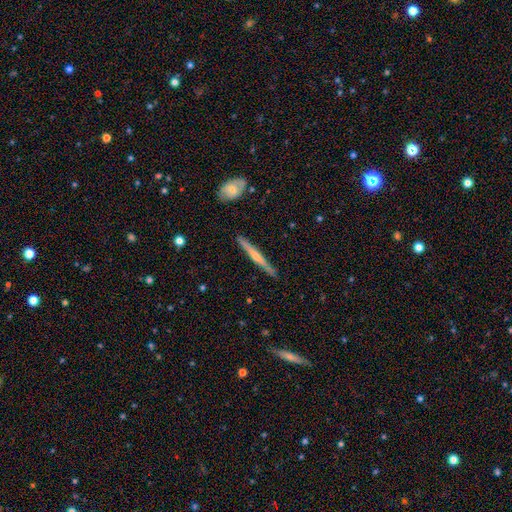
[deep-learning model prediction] A featured or disk galaxy (67%) viewed edge-on (97%) with a rounded central bulge (67%).

Vote fractions:
- Smooth or featured? featured or disk: 67% / smooth: 27% / star or artifact: 5%
- Edge-on disk? yes: 97% / no: 3%
- Edge-on bulge? rounded: 67% / none: 27% / boxy: 7%
- Merging? none: 90% / minor disturbance: 7% / major disturbance: 1% / merger: 1%